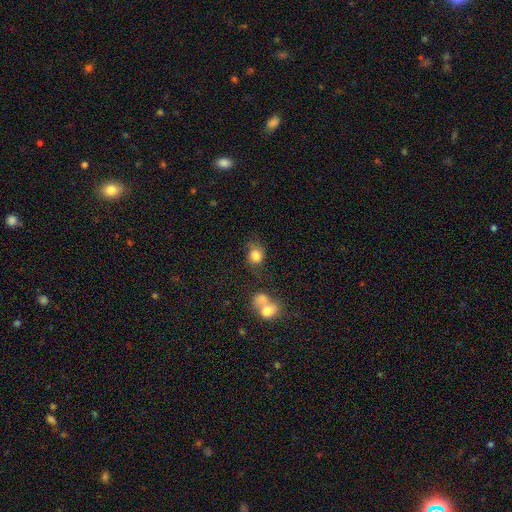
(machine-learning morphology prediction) This is clearly a smooth galaxy (81%). How rounded: likely round (72%). Merging: possibly none (56%).